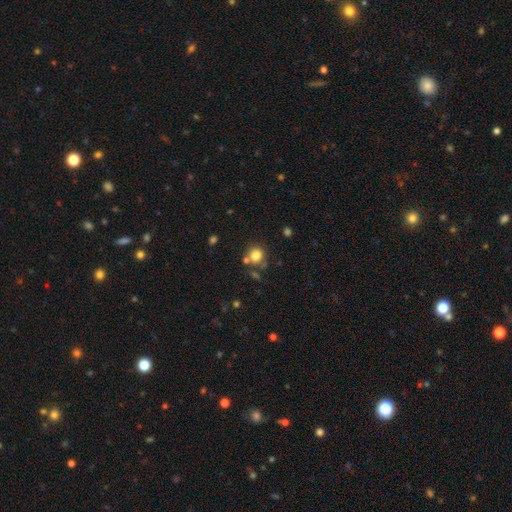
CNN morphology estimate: smooth_or_featured: smooth (p=0.80) [alt: star or artifact p=0.12]
how_rounded: round (p=0.86) [alt: in between p=0.13]
merging: none (p=0.67) [alt: merger p=0.17]